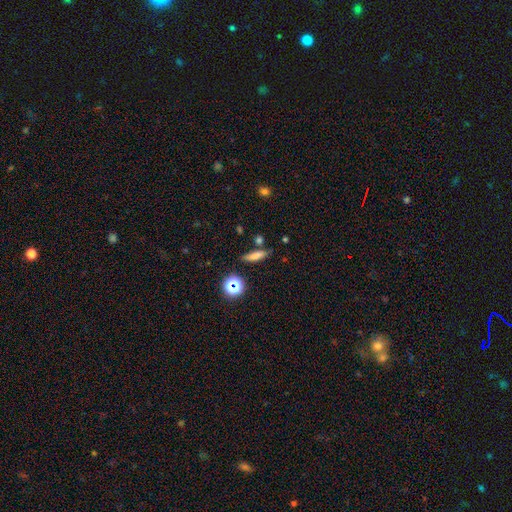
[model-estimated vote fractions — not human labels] The model was most divided on "how rounded": cigar-shaped: 70%, in between: 23%, round: 6%. More confident: merging — none (76%); smooth or featured — smooth (71%).